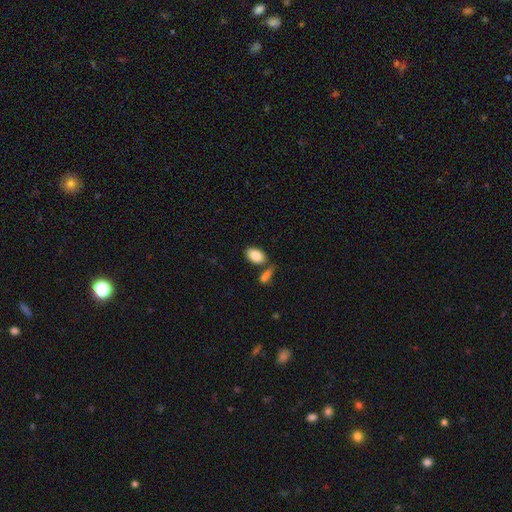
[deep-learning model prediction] A smooth galaxy with no disk features (87%) that is in between round and cigar-shaped (92%).

Vote fractions:
- Smooth or featured? smooth: 87% / star or artifact: 7% / featured or disk: 6%
- How rounded? in between: 92% / round: 6% / cigar-shaped: 2%
- Merging? none: 64% / merger: 20% / minor disturbance: 13% / major disturbance: 4%